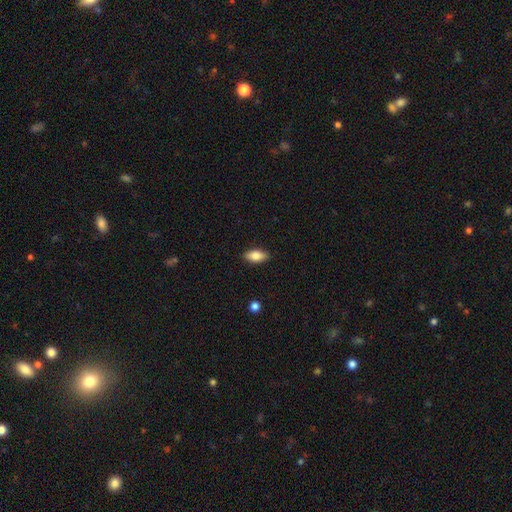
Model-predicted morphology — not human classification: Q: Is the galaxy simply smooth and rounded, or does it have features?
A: smooth — 82%.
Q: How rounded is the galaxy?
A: in between — 88%.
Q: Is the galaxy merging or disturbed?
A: none — 89%.